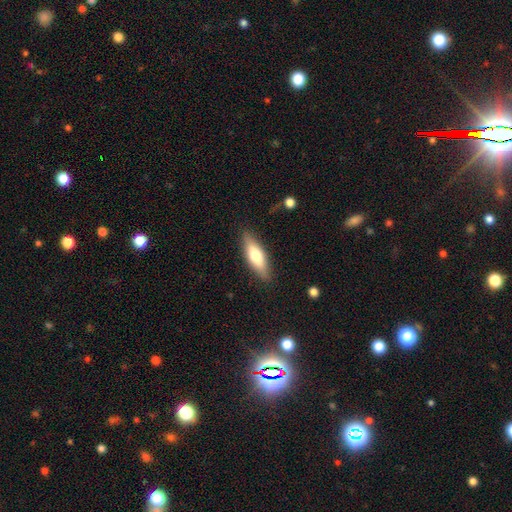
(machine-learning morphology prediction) The model was most divided on "how rounded": cigar-shaped: 51%, in between: 47%, round: 2%. More confident: merging — none (86%); smooth or featured — smooth (64%).